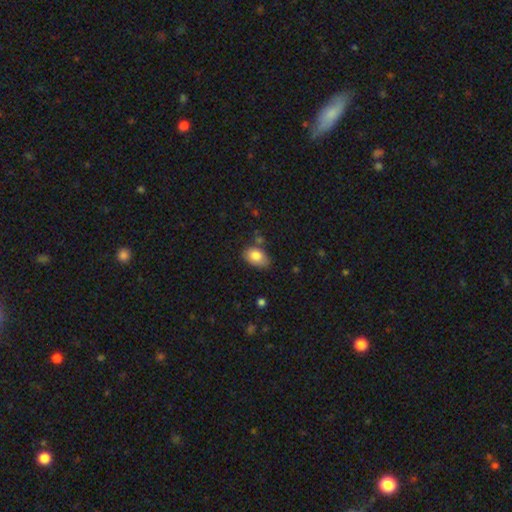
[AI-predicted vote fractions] A smooth galaxy with no disk features (82%) that is in between round and cigar-shaped (88%). Merging: none (67%).